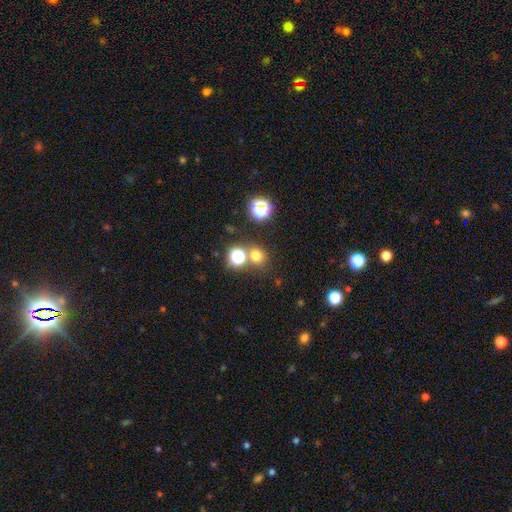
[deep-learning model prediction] Morphology: type=smooth (66%); roundness=round (84%); merging=none (70%).